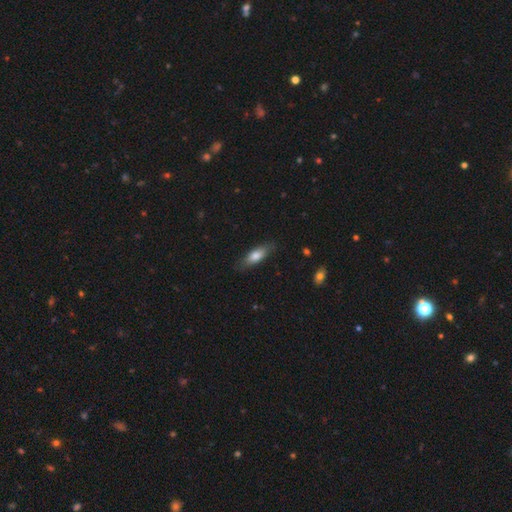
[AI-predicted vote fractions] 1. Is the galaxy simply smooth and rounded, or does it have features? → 75% smooth, 19% featured or disk, 6% star or artifact.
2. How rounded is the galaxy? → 61% in between, 37% cigar-shaped, 2% round.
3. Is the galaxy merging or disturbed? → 81% none, 15% minor disturbance, 3% major disturbance, 1% merger.